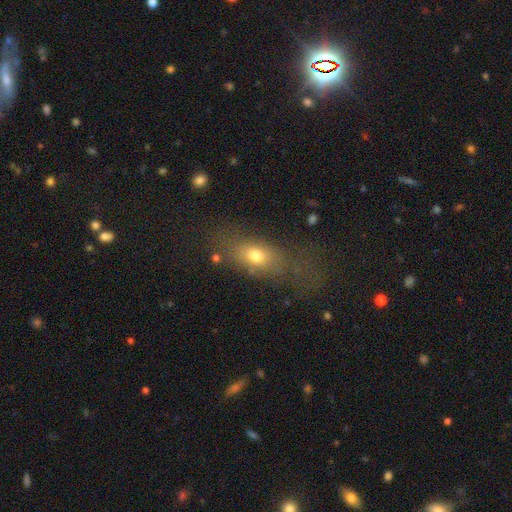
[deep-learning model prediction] smooth-or-featured: smooth: 71% | featured or disk: 16% | star or artifact: 13%
  how-rounded: in between: 71% | round: 15% | cigar-shaped: 14%
  merging: none: 55% | major disturbance: 20% | minor disturbance: 19% | merger: 6%